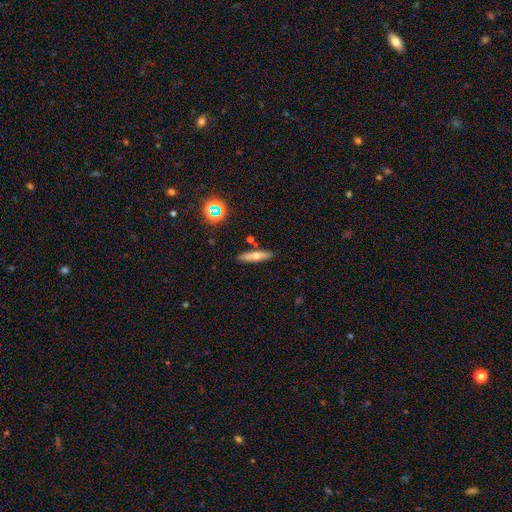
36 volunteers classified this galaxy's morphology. Overall: smooth (61%; featured or disk 33%). How rounded: cigar-shaped (68%). Merging: none (85%).